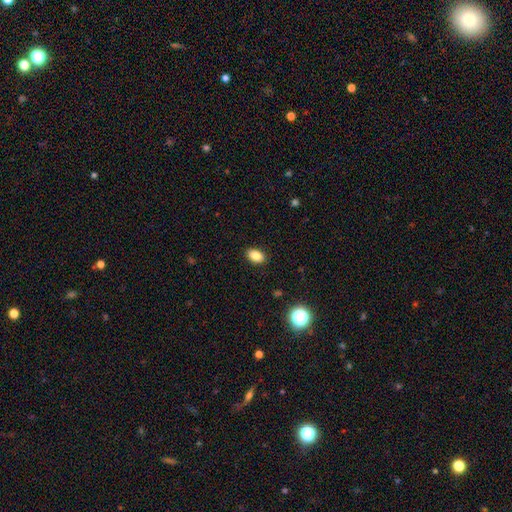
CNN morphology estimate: Smooth or featured? Predicted: smooth (p=0.85). How rounded? Predicted: in between (p=0.87). Merging? Predicted: none (p=0.89).